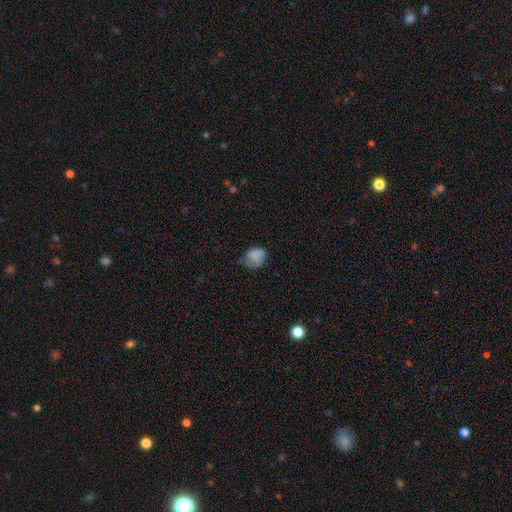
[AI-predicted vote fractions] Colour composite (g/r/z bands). It shows a smooth galaxy with no disk features (80%) that is round (58%). Merging: none (54%).